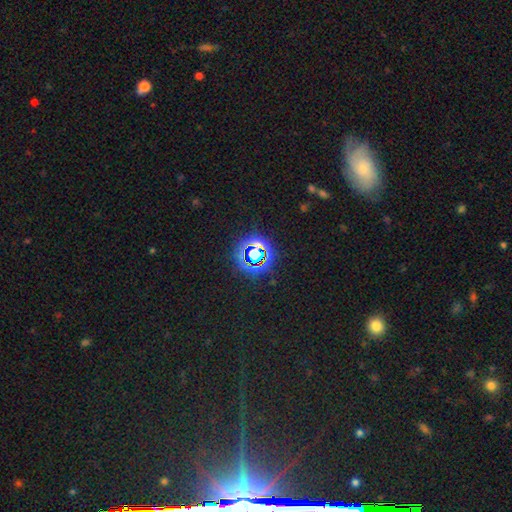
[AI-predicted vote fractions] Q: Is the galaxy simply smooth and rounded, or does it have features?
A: star or artifact — 72%.